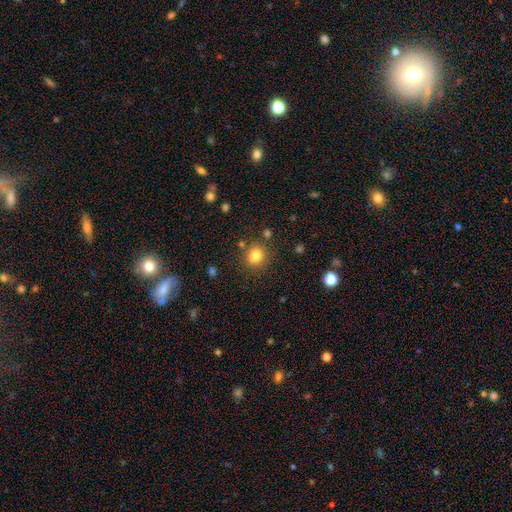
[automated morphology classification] Smooth or featured? Predicted: smooth (p=0.79). How rounded? Predicted: round (p=0.82). Merging? Predicted: none (p=0.79).